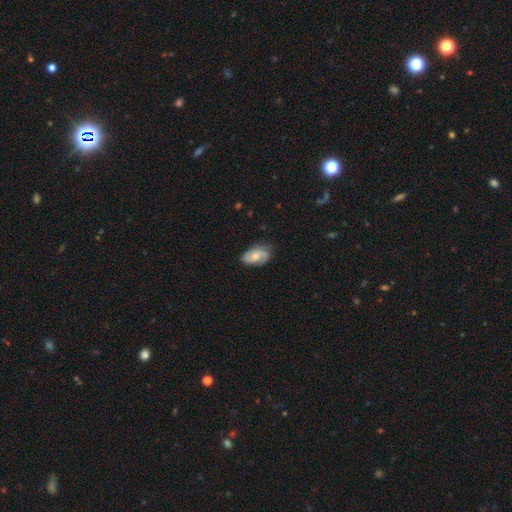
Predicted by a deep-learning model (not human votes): A featured or disk galaxy (58%) with no bar (65%), 2 (75%) medium (44%) spiral arms (90%) and a moderate central bulge (56%). Merging: none (72%).